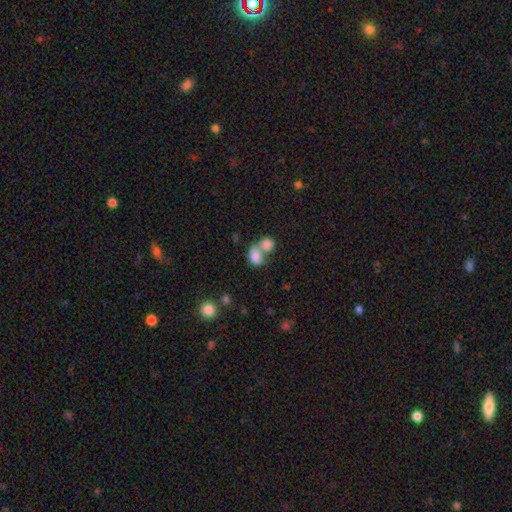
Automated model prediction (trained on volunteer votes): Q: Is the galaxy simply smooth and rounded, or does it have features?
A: smooth — 81%.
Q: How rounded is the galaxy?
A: in between — 64%.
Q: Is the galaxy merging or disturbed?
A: merger — 68%.